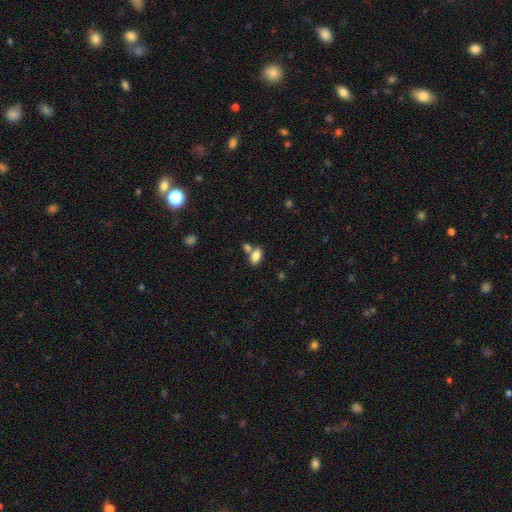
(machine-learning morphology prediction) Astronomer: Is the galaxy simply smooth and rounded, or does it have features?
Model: smooth — 82%.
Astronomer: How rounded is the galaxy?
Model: in between — 90%.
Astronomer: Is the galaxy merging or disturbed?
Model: none — 55% (runner-up: merger, 31%).